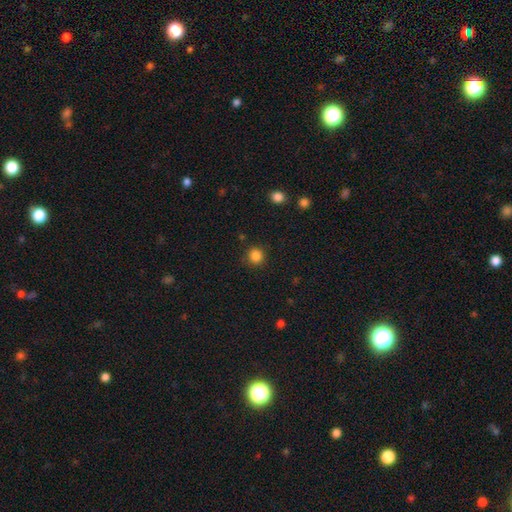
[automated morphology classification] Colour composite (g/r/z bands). It shows a smooth galaxy with no disk features (85%) that is round (92%). Merging: none (87%).